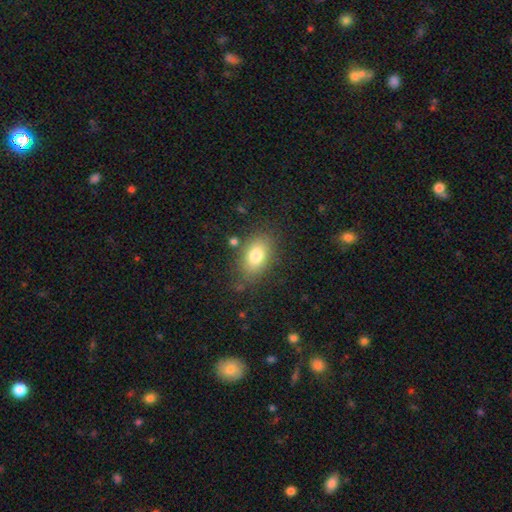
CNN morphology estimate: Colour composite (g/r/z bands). It shows a smooth galaxy with no disk features (79%) that is in between round and cigar-shaped (87%). Merging: none (76%).